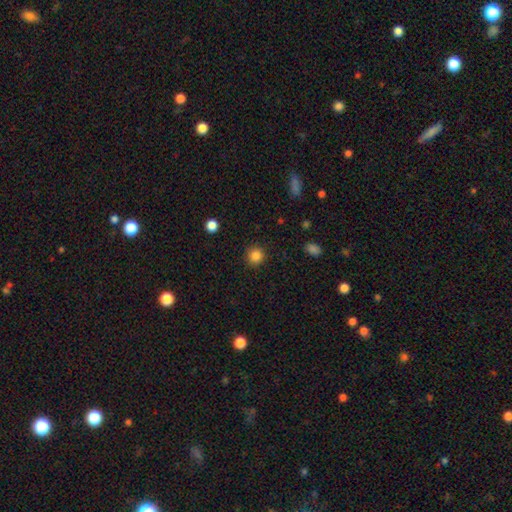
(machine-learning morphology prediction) This appears to be a smooth galaxy with no disk features (84%) that is round (92%). Merging: none (90%).